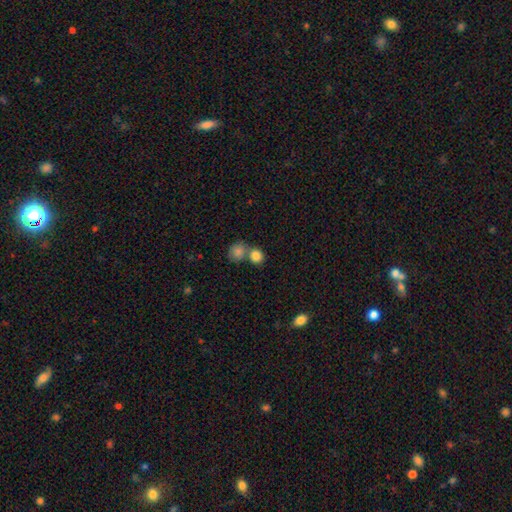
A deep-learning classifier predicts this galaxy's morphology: This appears to be a smooth galaxy with no disk features (84%) that is round (80%). Merging: none (46%).